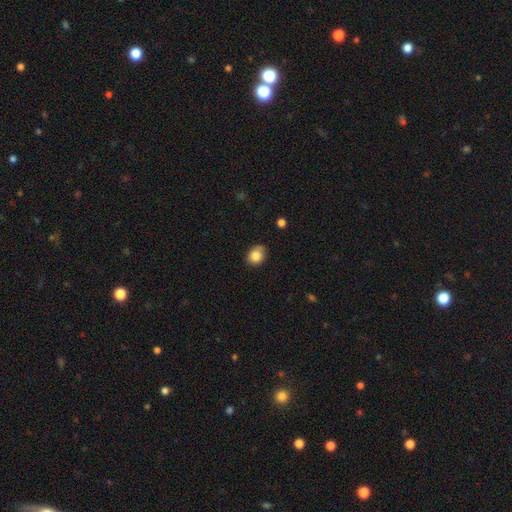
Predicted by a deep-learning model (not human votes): Smooth or featured?
  - smooth: 83% *
  - star or artifact: 9%
  - featured or disk: 8%
How rounded?
  - round: 54% *
  - in between: 45%
  - cigar-shaped: 1%
Merging?
  - none: 77% *
  - minor disturbance: 19%
  - major disturbance: 3%
  - merger: 1%